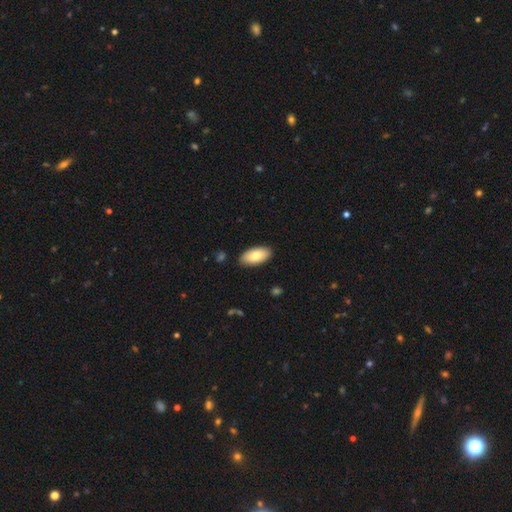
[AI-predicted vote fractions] smooth 79%, featured or disk 15%, star or artifact 6%. Down the decision tree: how rounded — in between (93%); merging — none (88%).